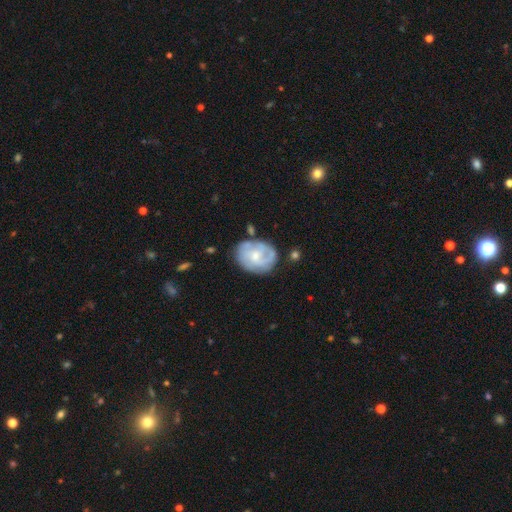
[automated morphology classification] smooth-or-featured: featured or disk: 66% | smooth: 28% | star or artifact: 6%
  disk-edge-on: no: 98% | yes: 2%
    bar: no: 64% | weak: 32% | strong: 4%
    has-spiral-arms: yes: 80% | no: 20%
      spiral-winding: tight: 45% | medium: 38% | loose: 17%
      spiral-arm-count: can't tell: 38% | 2: 29% | 3: 18% | 1: 6% | 4: 5% | more than 4: 3%
    bulge-size: small: 51% | moderate: 41% | none: 5% | large: 3% | dominant: 1%
  merging: none: 66% | minor disturbance: 21% | major disturbance: 8% | merger: 5%